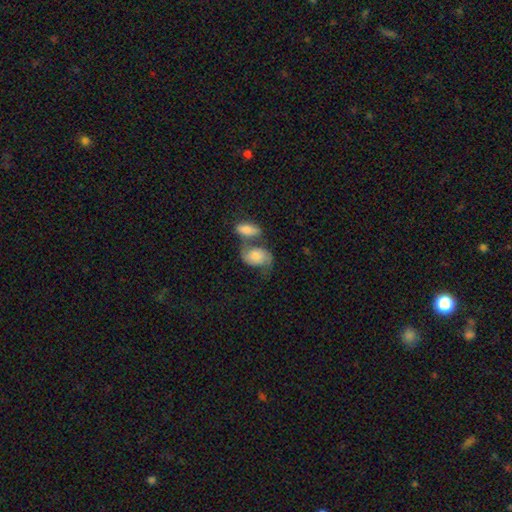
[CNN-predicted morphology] featured or disk 50%, smooth 43%, star or artifact 8%. Down the decision tree: merging — merger (51%).